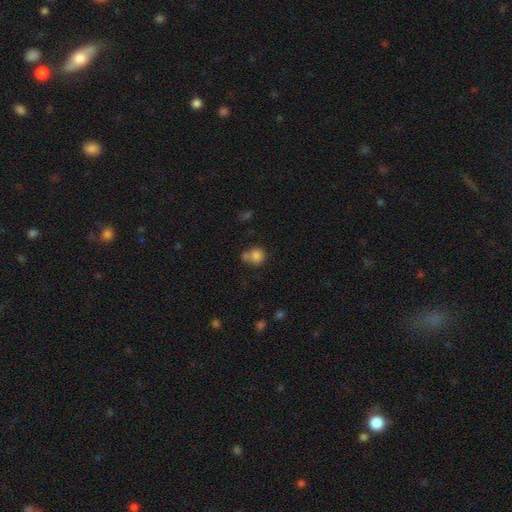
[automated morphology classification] type=smooth (82%); roundness=round (85%); merging=none (51%).